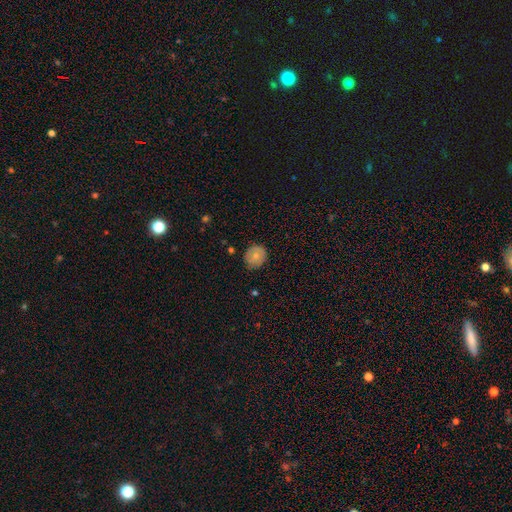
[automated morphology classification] This is likely a smooth galaxy (77%). How rounded: clearly round (83%). Merging: likely none (78%).